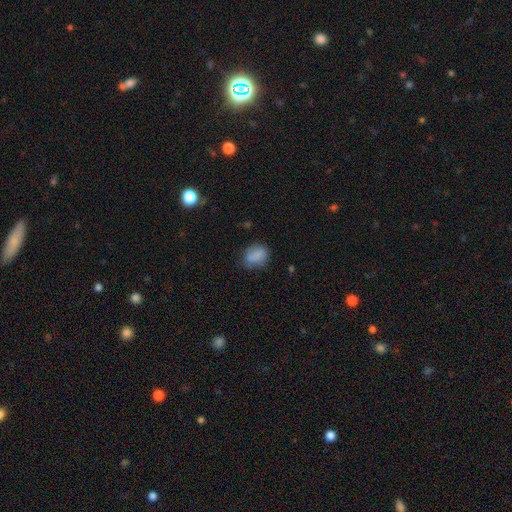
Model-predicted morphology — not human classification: type=smooth (83%); roundness=in between (61%); merging=none (68%).